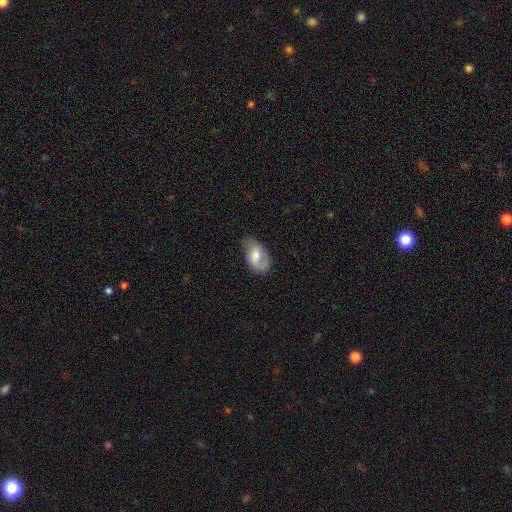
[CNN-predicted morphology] This is possibly a smooth galaxy (55%). How rounded: clearly in between (90%). Merging: possibly none (52%).